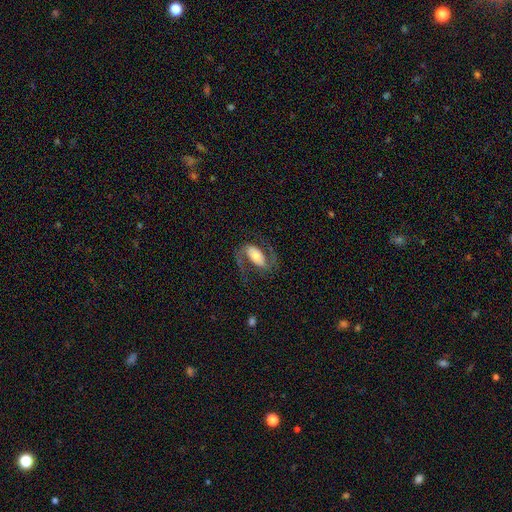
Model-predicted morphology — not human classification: Smooth or featured?
  - featured or disk: 81% *
  - smooth: 13%
  - star or artifact: 6%
Edge-on disk?
  - no: 96% *
  - yes: 4%
Bar?
  - strong: 35% *
  - no: 33%
  - weak: 33%
Spiral arms?
  - yes: 95% *
  - no: 5%
Spiral winding?
  - medium: 50% *
  - loose: 36%
  - tight: 14%
Spiral arm count?
  - 2: 92% *
  - 1: 3%
  - can't tell: 2%
  - 3: 1%
  - 4: 1%
  - more than 4: 1%
Bulge size?
  - moderate: 47% *
  - small: 29%
  - large: 18%
  - dominant: 4%
  - none: 3%
Merging?
  - none: 69% *
  - major disturbance: 16%
  - minor disturbance: 14%
  - merger: 2%